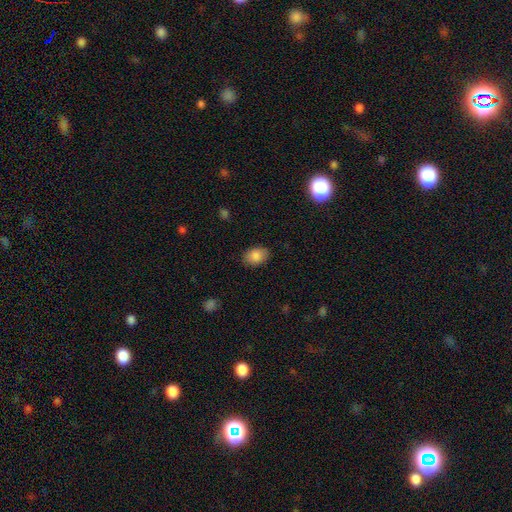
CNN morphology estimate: Q: Smooth or featured?
A: smooth (86%); runner-up: star or artifact (8%)
Q: How rounded?
A: in between (82%); runner-up: round (17%)
Q: Merging?
A: none (85%); runner-up: minor disturbance (11%)